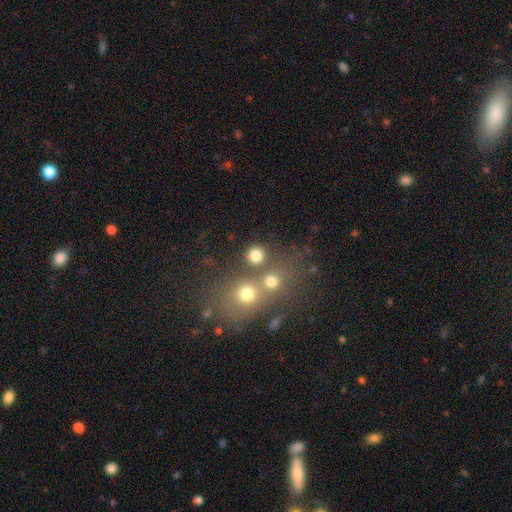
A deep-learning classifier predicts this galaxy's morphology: smooth_or_featured: smooth (p=0.78) [alt: star or artifact p=0.15]
how_rounded: round (p=0.88) [alt: in between p=0.11]
merging: none (p=0.65) [alt: merger p=0.24]